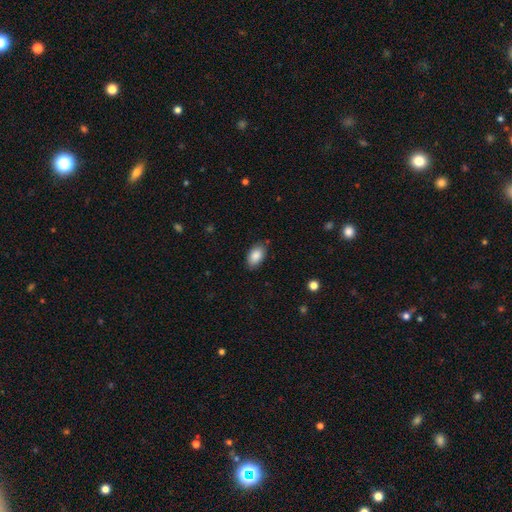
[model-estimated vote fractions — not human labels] The model was most divided on "merging": none: 83%, minor disturbance: 13%, major disturbance: 3%, merger: 1%. More confident: how rounded — in between (92%); smooth or featured — smooth (88%).